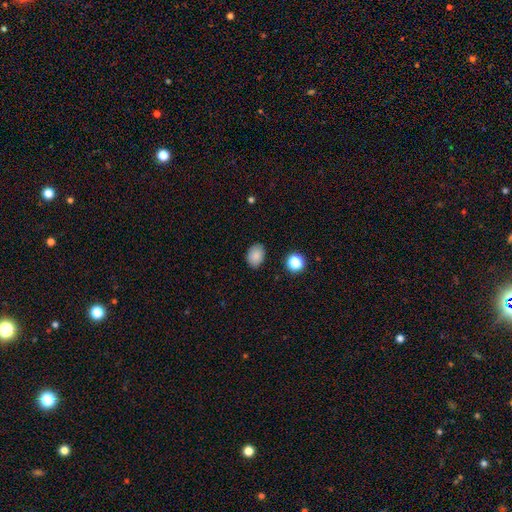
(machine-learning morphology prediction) A smooth galaxy with no disk features (85%) that is in between round and cigar-shaped (71%).

Vote fractions:
- Smooth or featured? smooth: 85% / star or artifact: 10% / featured or disk: 5%
- How rounded? in between: 71% / round: 28% / cigar-shaped: 1%
- Merging? none: 86% / minor disturbance: 10% / major disturbance: 2% / merger: 2%